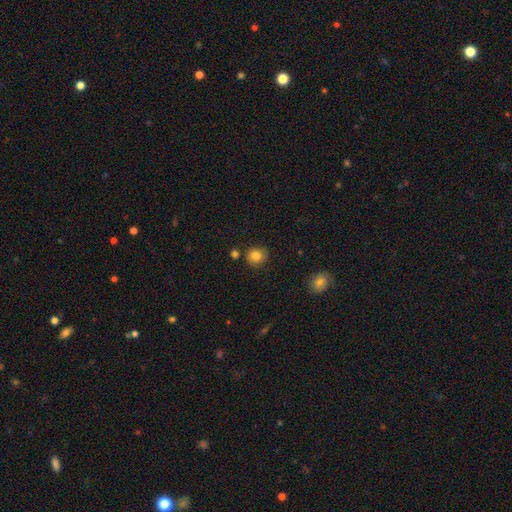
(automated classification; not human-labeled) smooth 83%, star or artifact 11%, featured or disk 6%. Down the decision tree: how rounded — round (86%); merging — none (82%).